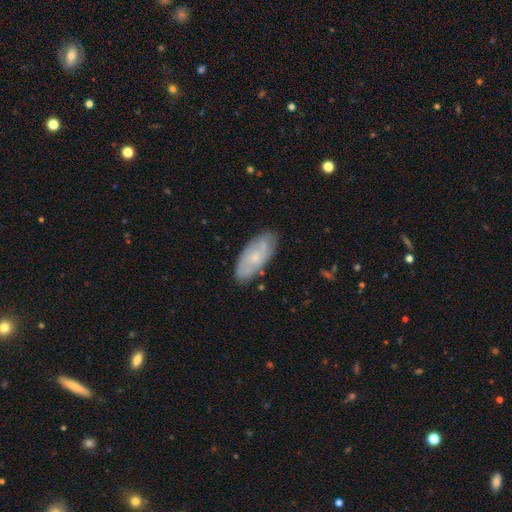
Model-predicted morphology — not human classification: Smooth or featured? smooth (48%)
Merging? none (82%)